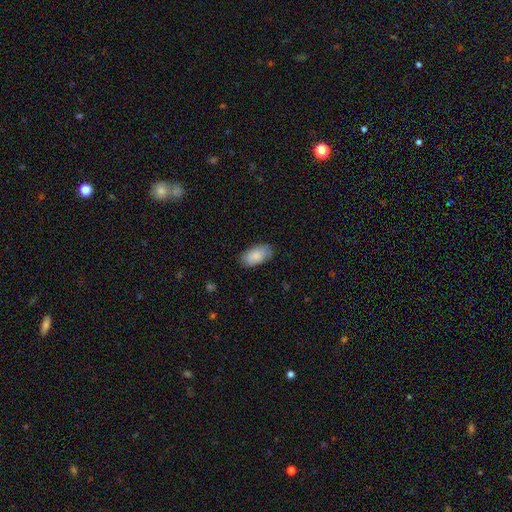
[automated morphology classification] Q: Smooth or featured?
A: smooth (86%); runner-up: featured or disk (8%)
Q: How rounded?
A: in between (95%); runner-up: round (3%)
Q: Merging?
A: none (82%); runner-up: minor disturbance (14%)